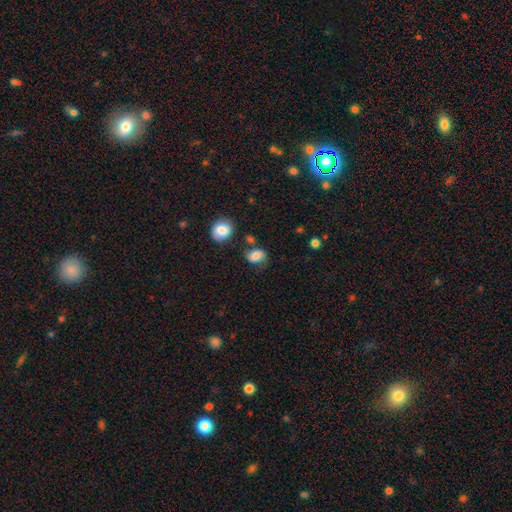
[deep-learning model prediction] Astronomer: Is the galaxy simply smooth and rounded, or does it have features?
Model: smooth — 73%.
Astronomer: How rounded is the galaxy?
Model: in between — 63%.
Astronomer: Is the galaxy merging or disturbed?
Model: none — 59%.